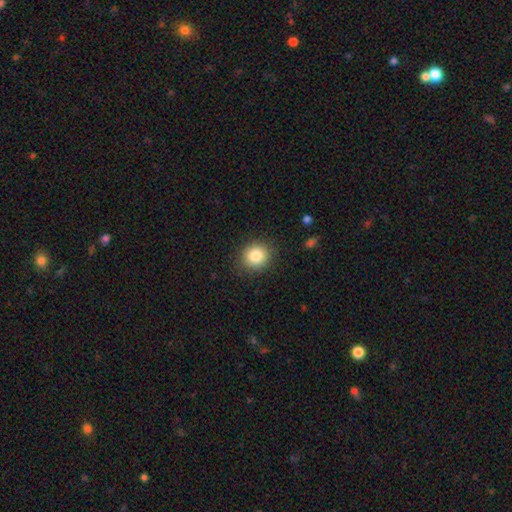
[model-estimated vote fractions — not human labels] A smooth galaxy with no disk features (84%) that is round (83%).

Vote fractions:
- Smooth or featured? smooth: 84% / star or artifact: 10% / featured or disk: 6%
- How rounded? round: 83% / in between: 16% / cigar-shaped: 1%
- Merging? none: 88% / minor disturbance: 8% / major disturbance: 3% / merger: 1%